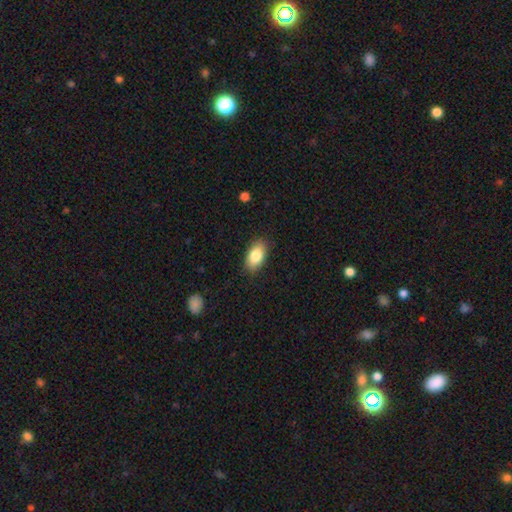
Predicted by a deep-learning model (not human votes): The model was most divided on "smooth or featured": smooth: 83%, featured or disk: 10%, star or artifact: 7%. More confident: how rounded — in between (92%); merging — none (86%).